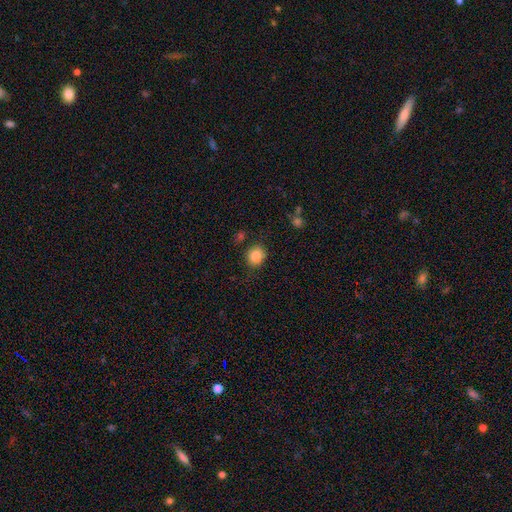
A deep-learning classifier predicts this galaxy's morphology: Smooth or featured? smooth (85%)
How rounded? round (77%)
Merging? none (79%)